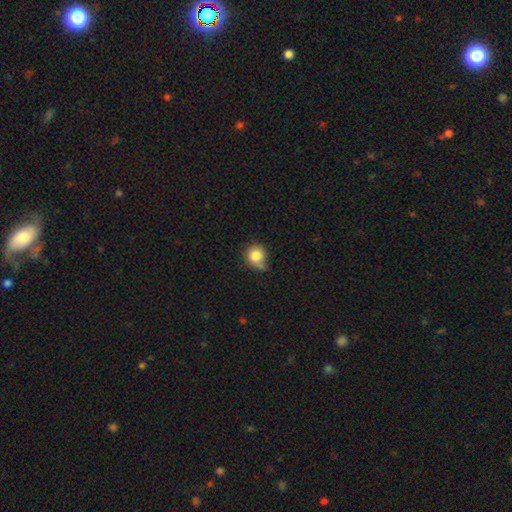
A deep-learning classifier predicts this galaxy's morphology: This is clearly a smooth galaxy (82%). How rounded: clearly round (81%). Merging: possibly none (45%).